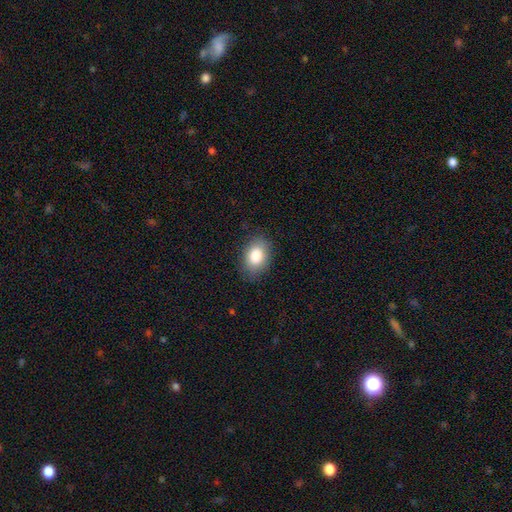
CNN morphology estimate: smooth 84%, star or artifact 8%, featured or disk 8%. Down the decision tree: how rounded — in between (81%); merging — none (83%).